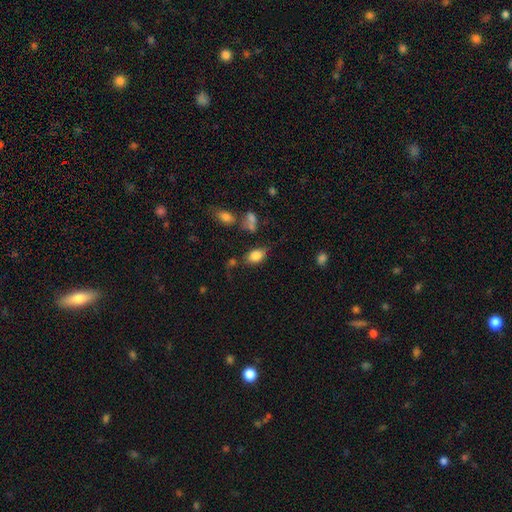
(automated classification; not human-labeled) Smooth or featured: smooth — 81% (featured or disk — 9%)
How rounded: in between — 85% (round — 13%)
Merging: none — 67% (minor disturbance — 20%)